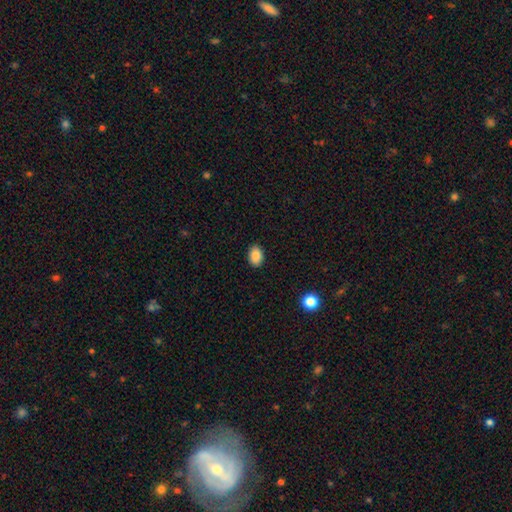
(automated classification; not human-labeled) Overall: smooth (88%). How rounded: in between (80%). Merging: none (89%).